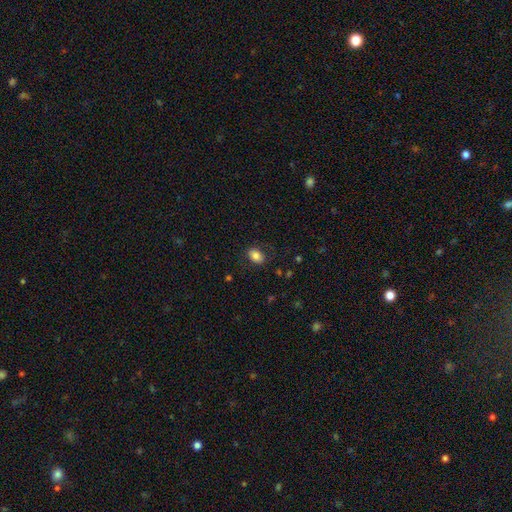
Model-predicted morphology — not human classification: This is clearly a smooth galaxy (82%). How rounded: likely in between (80%). Merging: clearly none (82%).